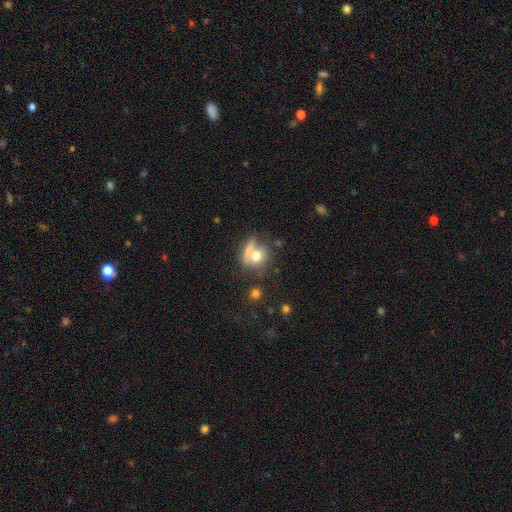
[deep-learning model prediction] This is likely a smooth galaxy (69%). How rounded: likely round (75%). Merging: marginally none (45%).